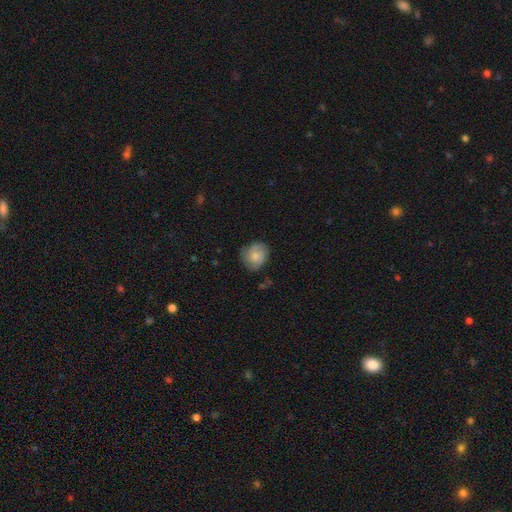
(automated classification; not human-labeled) Smooth or featured?
  - smooth: 67% *
  - featured or disk: 26%
  - star or artifact: 7%
How rounded?
  - round: 70% *
  - in between: 29%
  - cigar-shaped: 1%
Merging?
  - none: 67% *
  - minor disturbance: 24%
  - major disturbance: 7%
  - merger: 2%